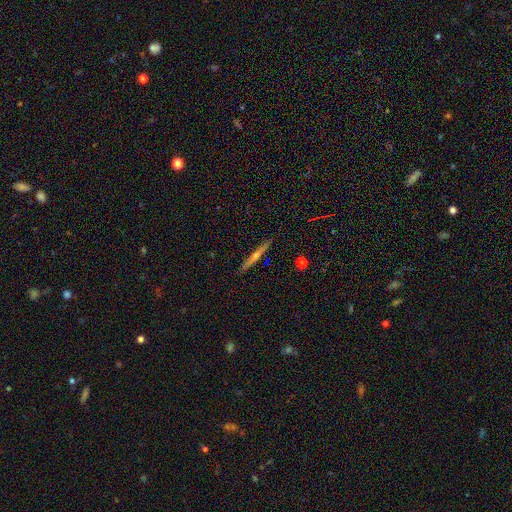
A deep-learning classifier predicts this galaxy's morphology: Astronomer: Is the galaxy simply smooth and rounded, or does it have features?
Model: featured or disk — 68%.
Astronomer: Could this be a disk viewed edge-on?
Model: yes — 98%.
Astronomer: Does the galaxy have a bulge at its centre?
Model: rounded — 76%.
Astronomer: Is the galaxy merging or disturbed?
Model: none — 91%.